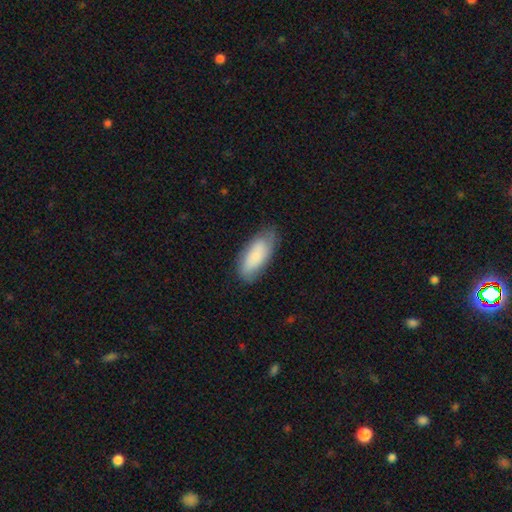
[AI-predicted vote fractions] This appears to be a smooth galaxy with no disk features (76%) that is in between round and cigar-shaped (81%). Merging: none (74%).